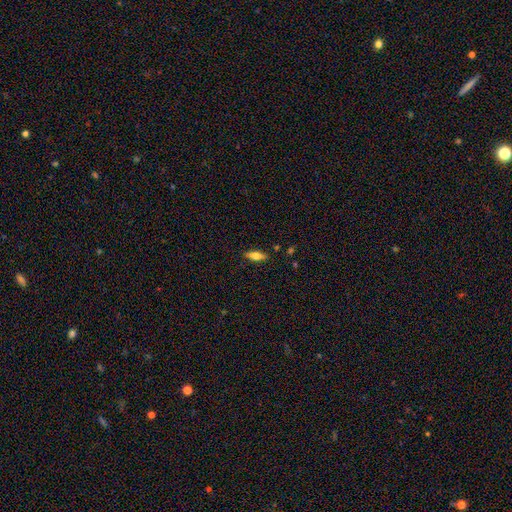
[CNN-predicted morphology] smooth_or_featured: smooth (p=0.64) [alt: featured or disk p=0.29]
how_rounded: in between (p=0.56) [alt: cigar-shaped p=0.41]
merging: none (p=0.87) [alt: minor disturbance p=0.10]